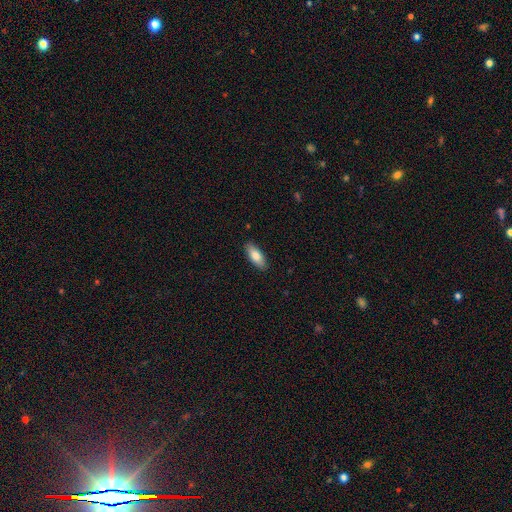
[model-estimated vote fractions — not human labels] Smooth or featured?
  - smooth: 82% *
  - featured or disk: 12%
  - star or artifact: 6%
How rounded?
  - in between: 76% *
  - cigar-shaped: 22%
  - round: 2%
Merging?
  - none: 88% *
  - minor disturbance: 9%
  - major disturbance: 2%
  - merger: 1%